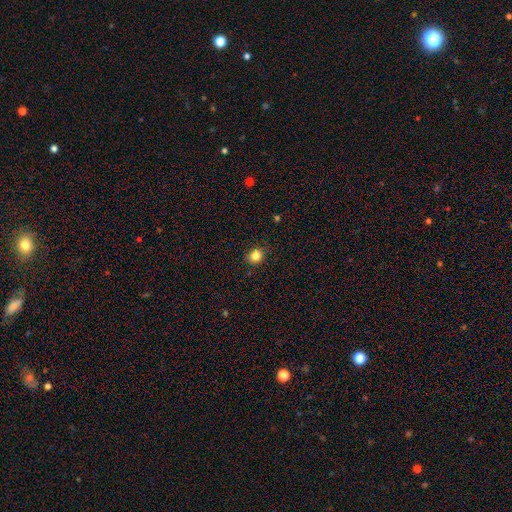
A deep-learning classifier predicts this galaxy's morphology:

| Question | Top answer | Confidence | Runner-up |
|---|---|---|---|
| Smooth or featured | smooth | 84% | star or artifact (11%) |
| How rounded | round | 81% | in between (18%) |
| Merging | none | 88% | minor disturbance (8%) |